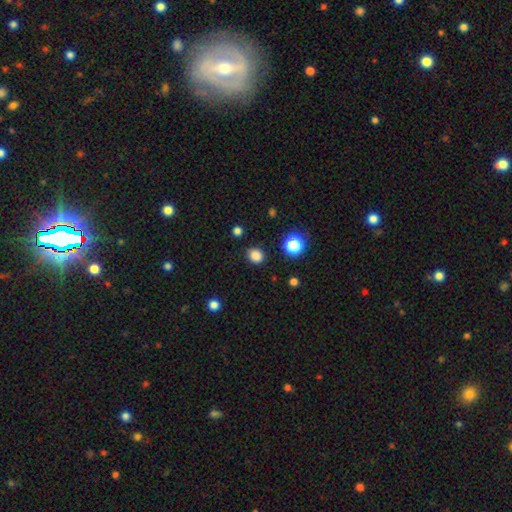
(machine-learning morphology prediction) Smooth or featured? smooth (84%)
How rounded? round (77%)
Merging? none (87%)